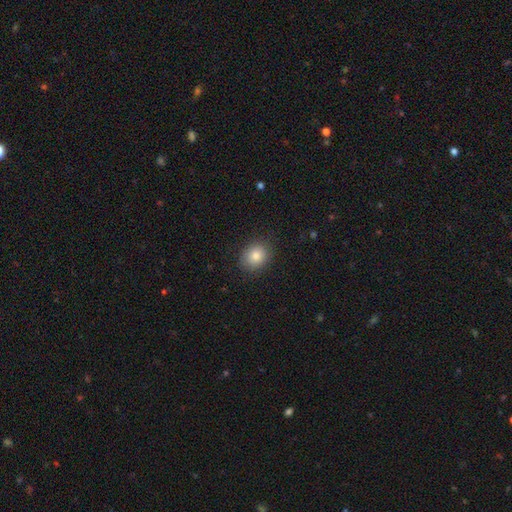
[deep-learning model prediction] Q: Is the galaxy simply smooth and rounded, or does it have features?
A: smooth — 81%.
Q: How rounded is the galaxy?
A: round — 63%.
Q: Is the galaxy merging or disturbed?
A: none — 87%.